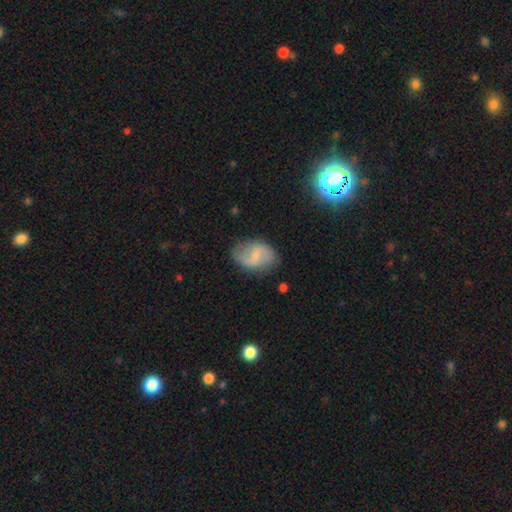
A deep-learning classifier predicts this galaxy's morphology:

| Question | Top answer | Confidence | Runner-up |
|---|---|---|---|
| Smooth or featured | featured or disk | 52% | smooth (40%) |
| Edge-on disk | no | 97% | yes (3%) |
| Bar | weak | 56% | no (23%) |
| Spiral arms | yes | 77% | no (23%) |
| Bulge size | small | 55% | moderate (23%) |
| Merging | none | 70% | minor disturbance (21%) |